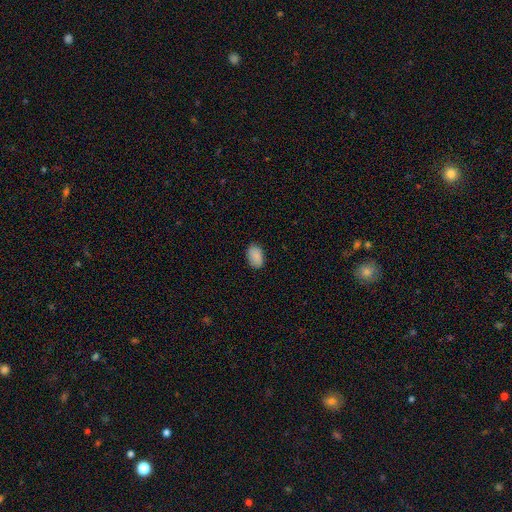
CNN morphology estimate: This is clearly a smooth galaxy (89%). How rounded: clearly in between (89%). Merging: clearly none (84%).